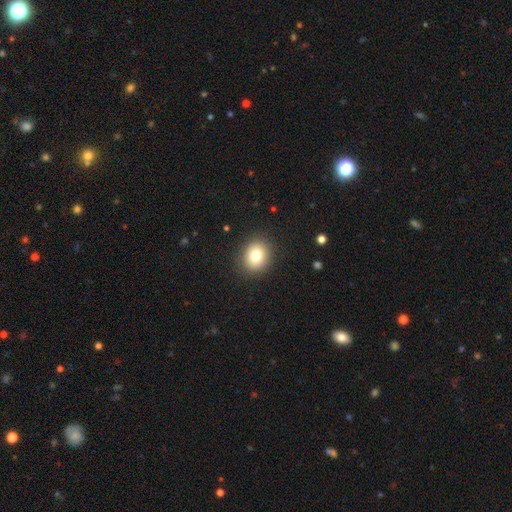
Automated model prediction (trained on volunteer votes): Smooth or featured?
  - smooth: 79% *
  - star or artifact: 11%
  - featured or disk: 10%
How rounded?
  - round: 67% *
  - in between: 32%
  - cigar-shaped: 1%
Merging?
  - none: 89% *
  - minor disturbance: 7%
  - major disturbance: 3%
  - merger: 1%